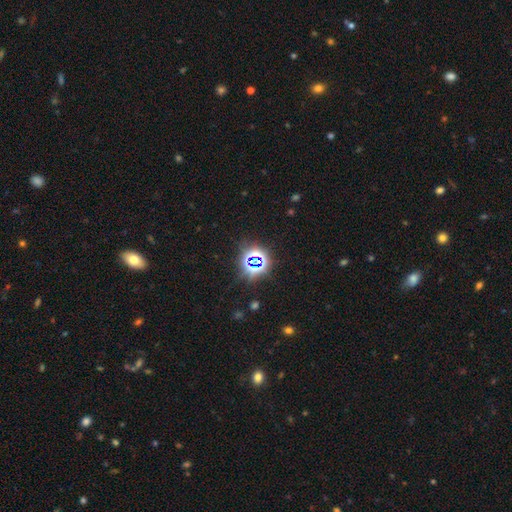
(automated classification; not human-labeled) This appears to be a star or artifact, not a galaxy (75%).